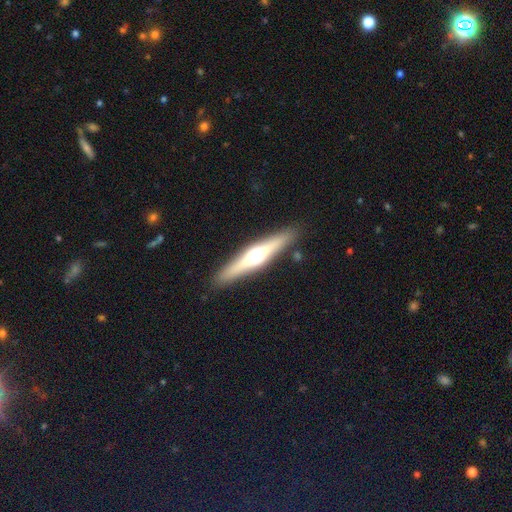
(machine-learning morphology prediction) featured or disk 63%, smooth 31%, star or artifact 6%. Down the decision tree: edge-on disk — yes (95%); edge-on bulge — rounded (93%); merging — none (89%).